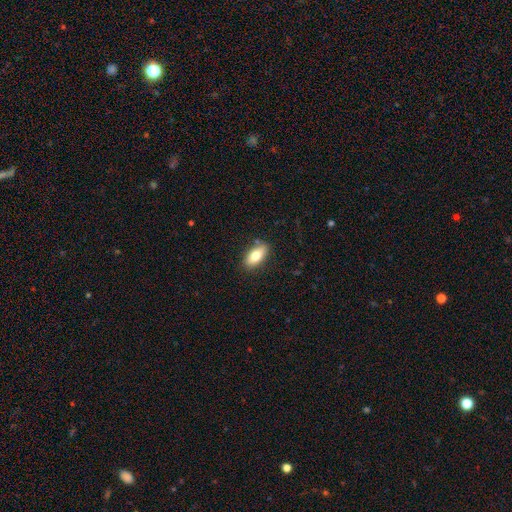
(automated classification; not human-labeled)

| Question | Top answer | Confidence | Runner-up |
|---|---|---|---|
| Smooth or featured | smooth | 76% | featured or disk (17%) |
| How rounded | in between | 87% | cigar-shaped (10%) |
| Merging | none | 83% | minor disturbance (12%) |